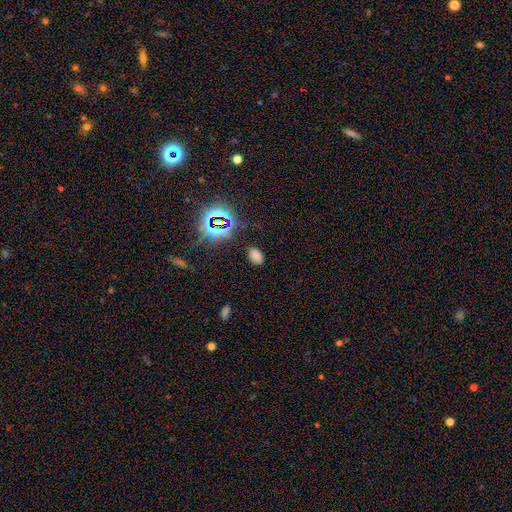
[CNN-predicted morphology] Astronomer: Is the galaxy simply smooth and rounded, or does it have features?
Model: smooth — 65%.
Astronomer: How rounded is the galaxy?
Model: in between — 92%.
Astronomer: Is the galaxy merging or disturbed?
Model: none — 83%.